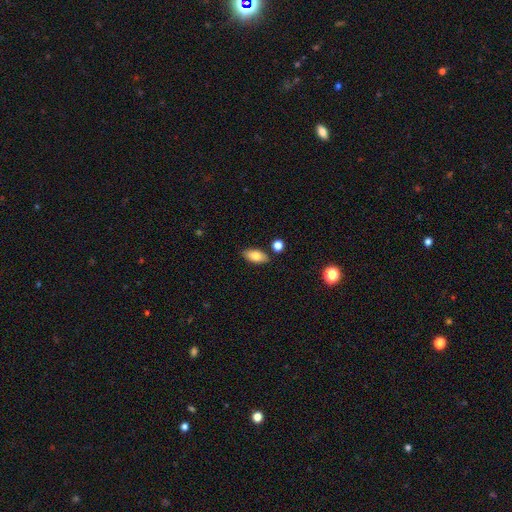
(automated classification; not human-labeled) Morphology: type=smooth (79%); roundness=in between (91%); merging=none (83%).